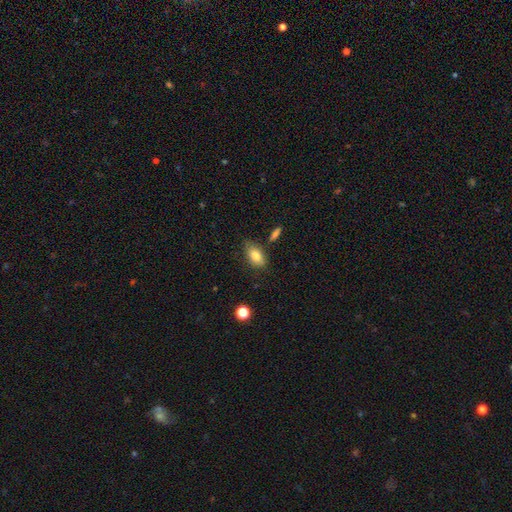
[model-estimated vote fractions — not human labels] A smooth galaxy with no disk features (81%) that is in between round and cigar-shaped (89%). Merging: none (73%).